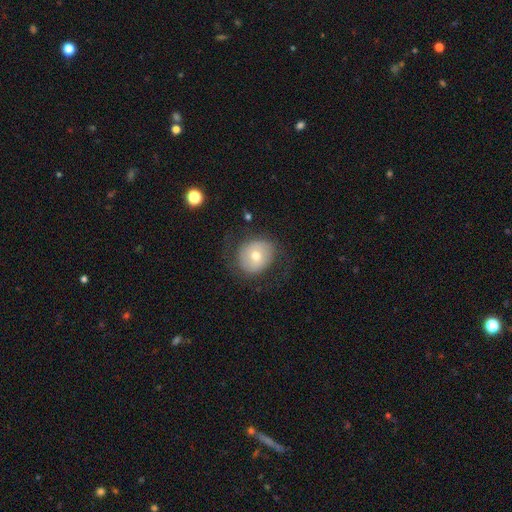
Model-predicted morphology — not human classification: This appears to be a smooth galaxy with no disk features (54%) that is round (75%). Merging: none (68%).